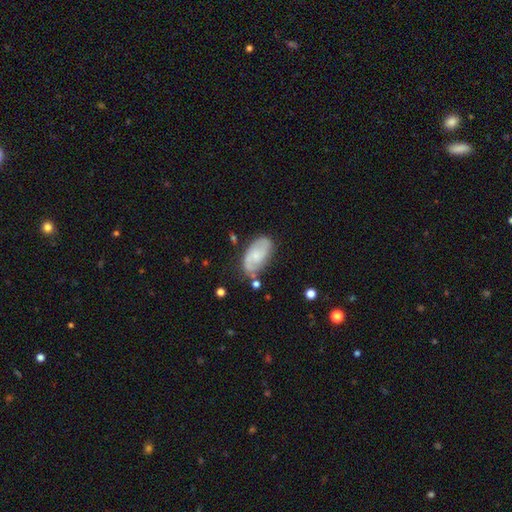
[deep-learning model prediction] Overall: featured or disk (56%; smooth 37%). Edge-on disk: no (95%). Bar: no (65%; weak 30%). Spiral arms: yes (87%). Bulge size: small (60%; moderate 25%). Merging: none (67%).